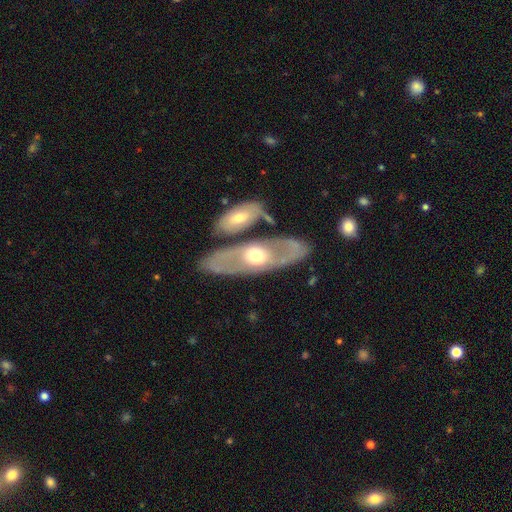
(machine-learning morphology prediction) Smooth or featured?
  - featured or disk: 64% *
  - smooth: 31%
  - star or artifact: 5%
Edge-on disk?
  - no: 75% *
  - yes: 25%
Merging?
  - none: 66% *
  - merger: 15%
  - minor disturbance: 13%
  - major disturbance: 5%